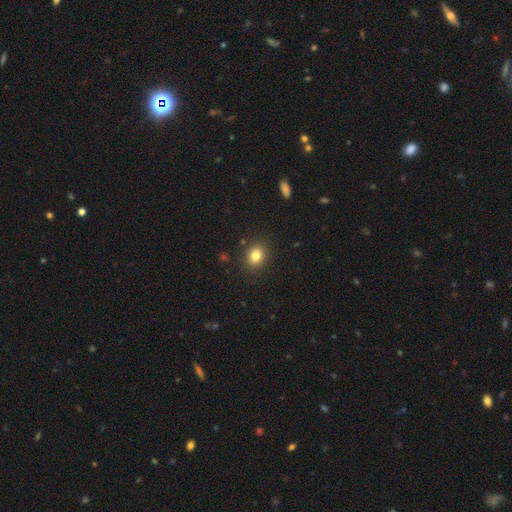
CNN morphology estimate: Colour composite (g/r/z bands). It shows a smooth galaxy with no disk features (81%) that is round (62%). Merging: none (88%).